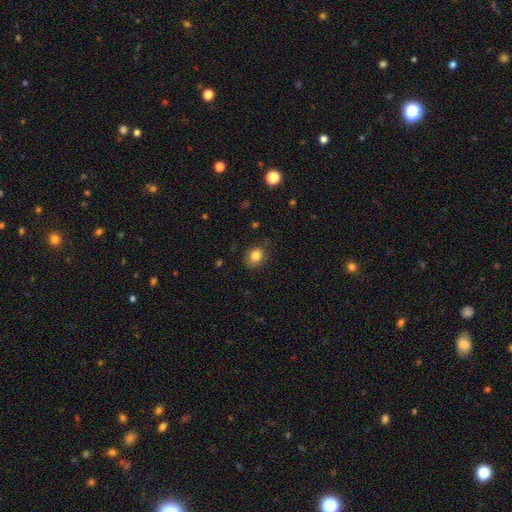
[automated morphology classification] smooth 83%, star or artifact 10%, featured or disk 8%. Down the decision tree: how rounded — round (52%); merging — none (80%).